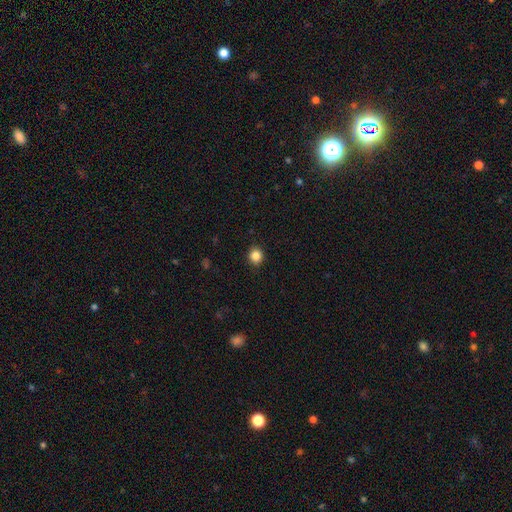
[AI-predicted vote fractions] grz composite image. It shows a smooth galaxy with no disk features (86%) that is round (84%). Merging: none (91%).